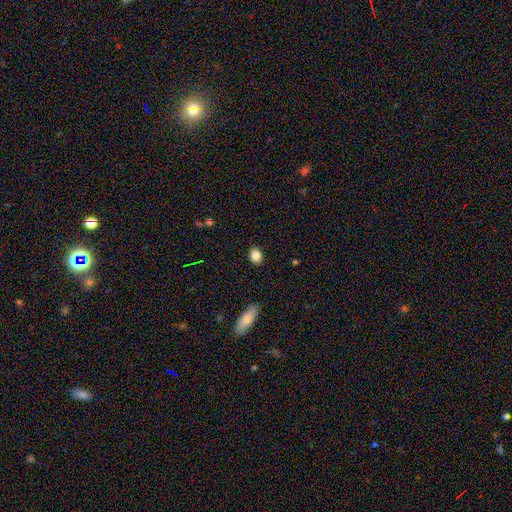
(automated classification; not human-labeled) smooth-or-featured: smooth: 84% | star or artifact: 9% | featured or disk: 7%
  how-rounded: in between: 52% | round: 46% | cigar-shaped: 2%
  merging: none: 88% | minor disturbance: 9% | major disturbance: 2% | merger: 1%